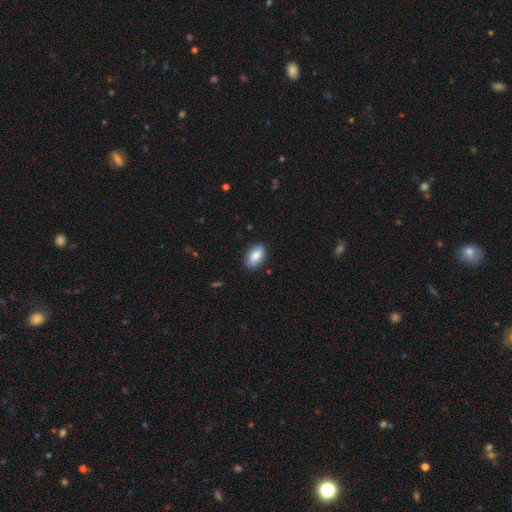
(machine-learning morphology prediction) Q: Smooth or featured?
A: smooth (84%); runner-up: featured or disk (10%)
Q: How rounded?
A: in between (93%); runner-up: round (4%)
Q: Merging?
A: none (87%); runner-up: minor disturbance (10%)